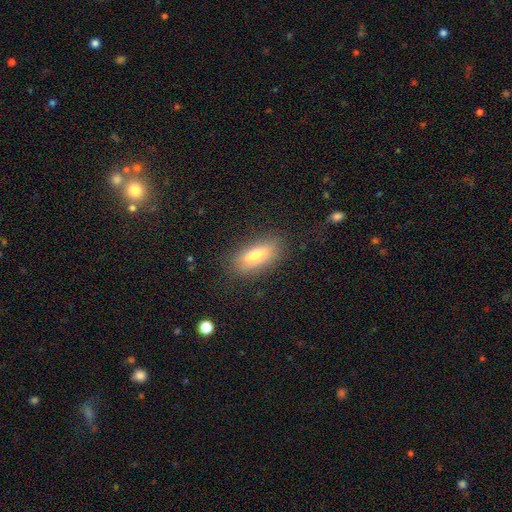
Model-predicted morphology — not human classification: This appears to be a smooth galaxy with no disk features (72%) that is in between round and cigar-shaped (70%). Merging: none (82%).